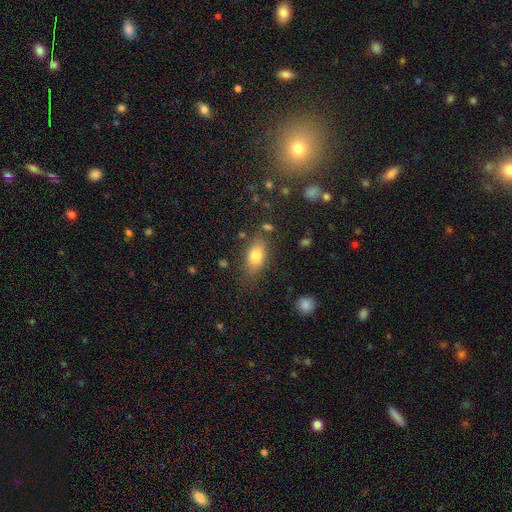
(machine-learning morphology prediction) Smooth or featured? Predicted: smooth (p=0.76). How rounded? Predicted: in between (p=0.84). Merging? Predicted: none (p=0.76).